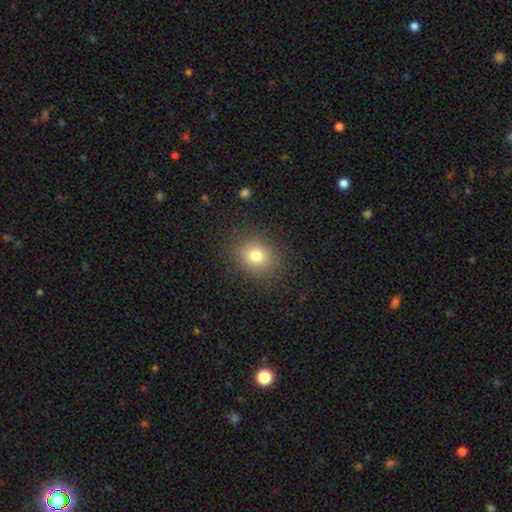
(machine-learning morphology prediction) The model was most divided on "how rounded": round: 68%, in between: 31%, cigar-shaped: 1%. More confident: merging — none (86%); smooth or featured — smooth (78%).